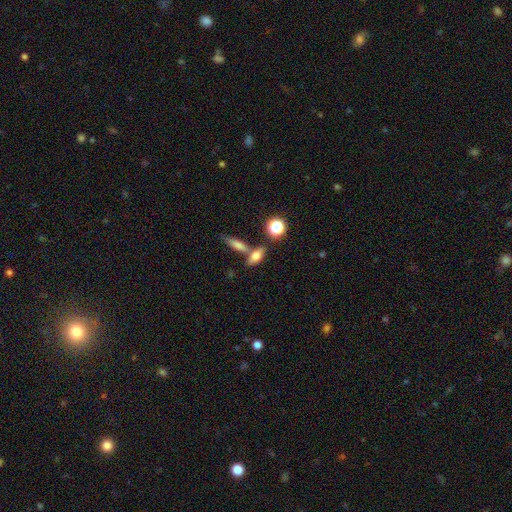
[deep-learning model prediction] This appears to be a smooth galaxy with no disk features (70%) that is in between round and cigar-shaped (67%). Merging: none (55%).